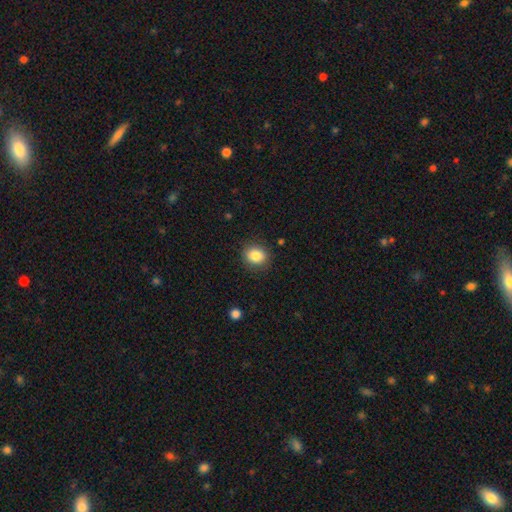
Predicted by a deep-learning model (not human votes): smooth_or_featured: smooth (p=0.84) [alt: star or artifact p=0.10]
how_rounded: round (p=0.71) [alt: in between p=0.28]
merging: none (p=0.86) [alt: minor disturbance p=0.10]